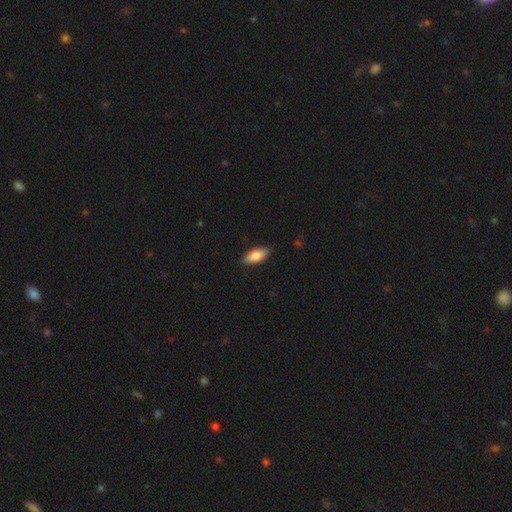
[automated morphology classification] Smooth or featured: smooth — 80% (featured or disk — 13%)
How rounded: in between — 82% (cigar-shaped — 15%)
Merging: none — 86% (minor disturbance — 11%)